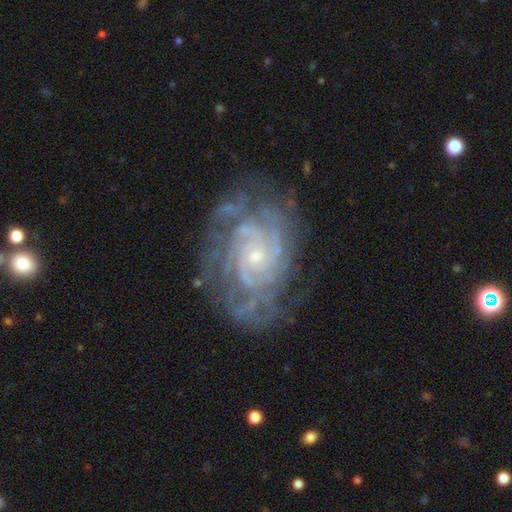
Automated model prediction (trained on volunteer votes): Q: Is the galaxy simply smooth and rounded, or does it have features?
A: featured or disk — 89%.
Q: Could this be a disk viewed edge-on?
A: no — 97%.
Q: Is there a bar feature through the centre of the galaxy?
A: no — 74%.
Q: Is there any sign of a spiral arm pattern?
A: yes — 97%.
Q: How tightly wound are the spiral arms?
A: tight — 72%.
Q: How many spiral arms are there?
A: can't tell — 27%.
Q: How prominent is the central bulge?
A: small — 75%.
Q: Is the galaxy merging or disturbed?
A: none — 71%.